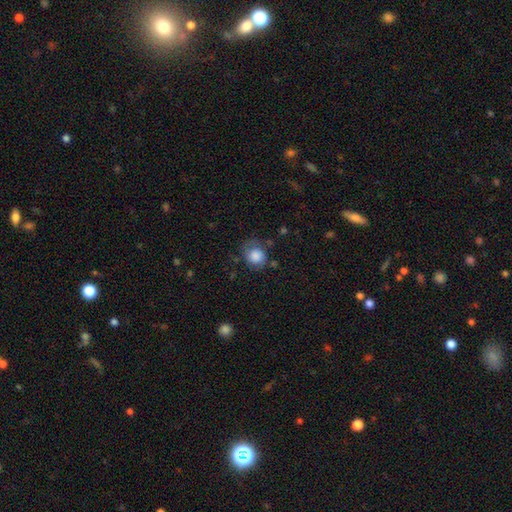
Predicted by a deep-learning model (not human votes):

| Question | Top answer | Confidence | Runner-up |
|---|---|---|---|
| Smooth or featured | smooth | 70% | featured or disk (22%) |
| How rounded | round | 74% | in between (26%) |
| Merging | none | 57% | minor disturbance (26%) |